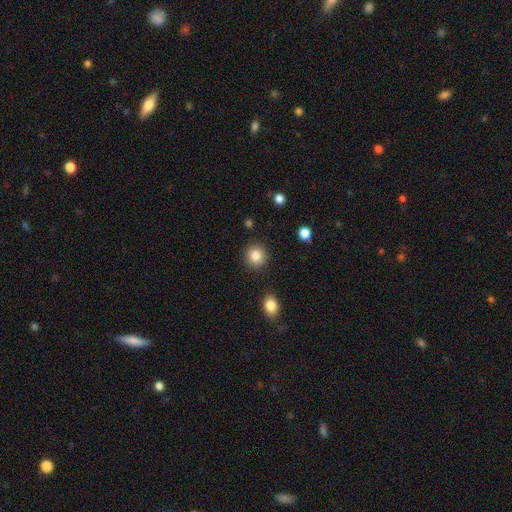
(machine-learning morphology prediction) Smooth or featured? smooth (86%)
How rounded? round (91%)
Merging? none (89%)